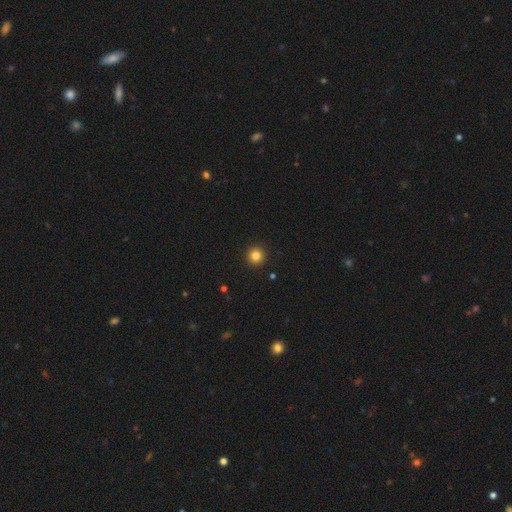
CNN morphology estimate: type=smooth (82%); roundness=round (96%); merging=none (94%).